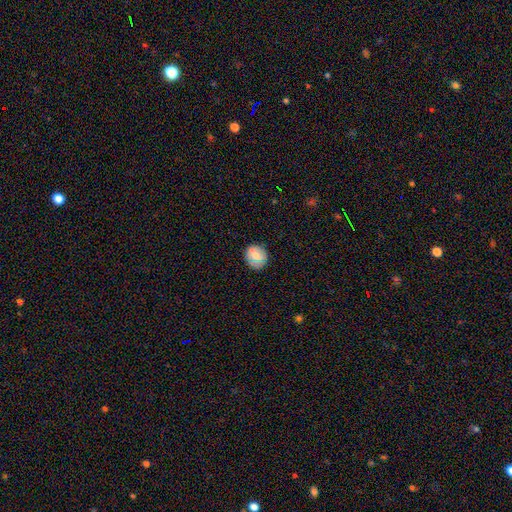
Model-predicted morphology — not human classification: Smooth or featured: smooth — 73% (star or artifact — 14%)
How rounded: round — 79% (in between — 19%)
Merging: none — 84% (minor disturbance — 11%)